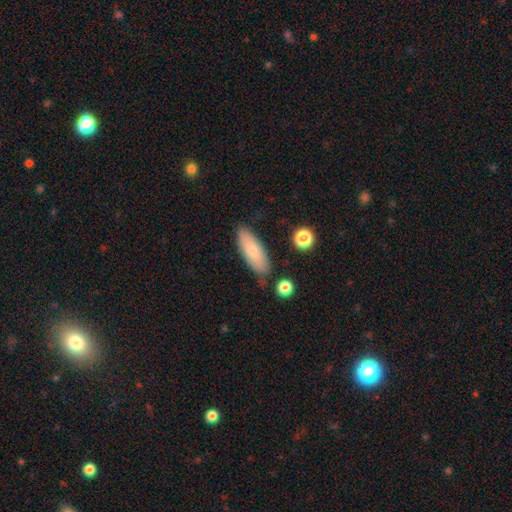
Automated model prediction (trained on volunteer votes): A smooth galaxy with no disk features (78%) that is in between round and cigar-shaped (65%). Merging: none (77%).